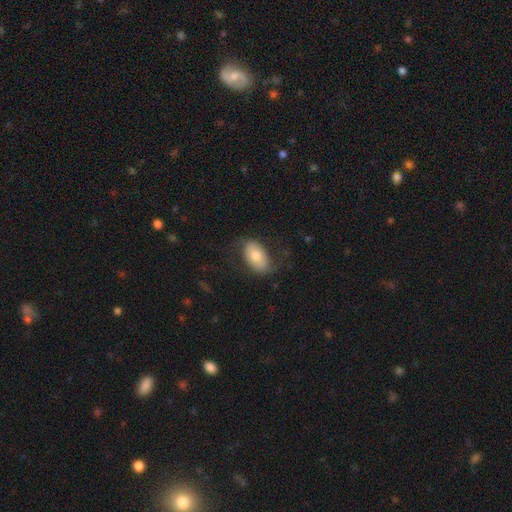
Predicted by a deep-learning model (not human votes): Overall: smooth (69%). How rounded: in between (92%). Merging: none (70%).